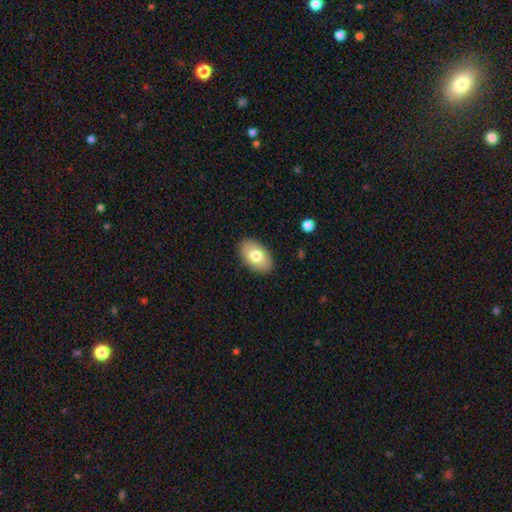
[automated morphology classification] smooth_or_featured: smooth (p=0.77) [alt: featured or disk p=0.16]
how_rounded: in between (p=0.92) [alt: round p=0.07]
merging: none (p=0.87) [alt: minor disturbance p=0.09]